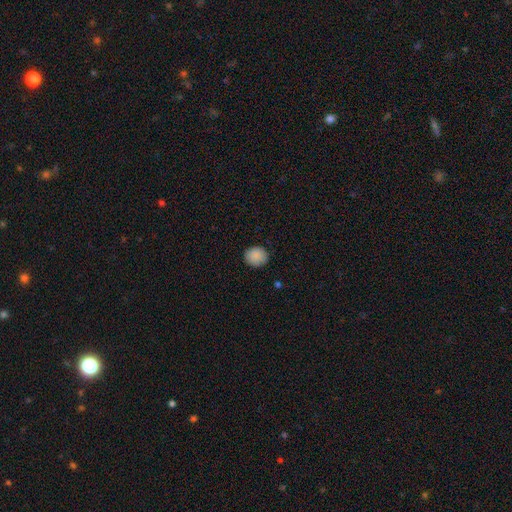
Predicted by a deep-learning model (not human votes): Smooth or featured? Predicted: smooth (p=0.89). How rounded? Predicted: round (p=0.78). Merging? Predicted: none (p=0.88).